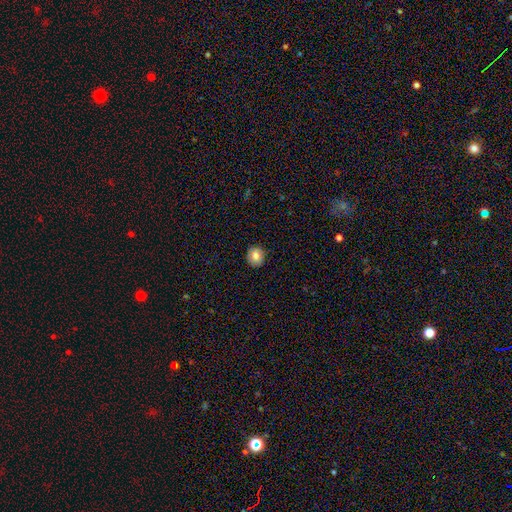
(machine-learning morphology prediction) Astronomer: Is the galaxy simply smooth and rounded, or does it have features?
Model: smooth — 81%.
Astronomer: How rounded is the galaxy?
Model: round — 80%.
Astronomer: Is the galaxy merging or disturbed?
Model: none — 89%.